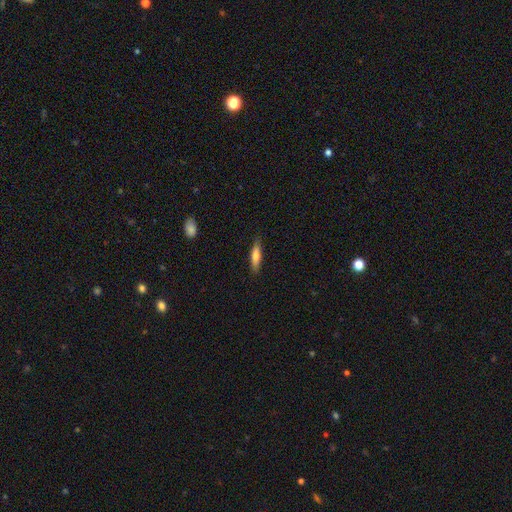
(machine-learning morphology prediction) smooth 71%, featured or disk 23%, star or artifact 6%. Down the decision tree: how rounded — cigar-shaped (68%); merging — none (84%).